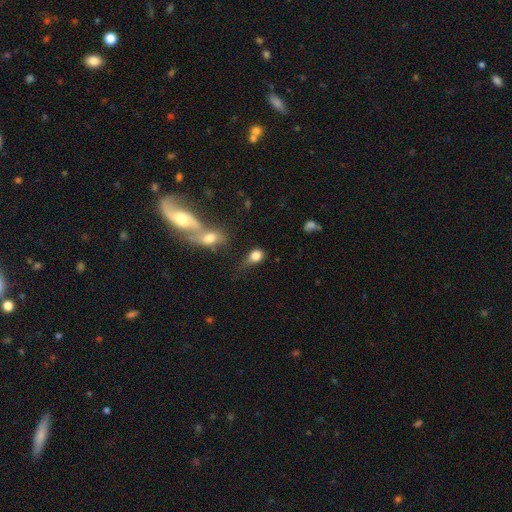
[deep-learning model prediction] Morphology: type=smooth (80%); roundness=in between (63%); merging=none (31%).